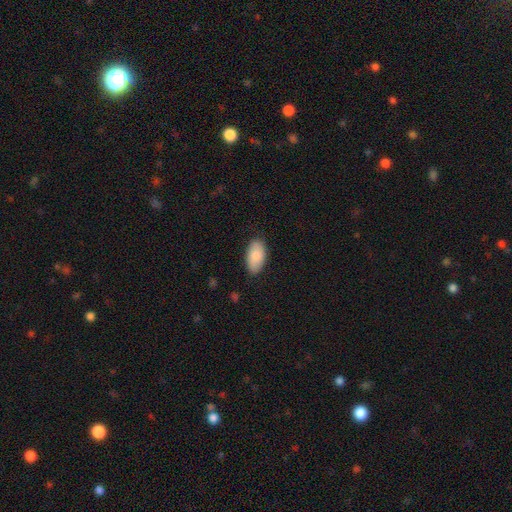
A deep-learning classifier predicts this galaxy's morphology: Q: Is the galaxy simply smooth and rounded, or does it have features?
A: smooth — 84%.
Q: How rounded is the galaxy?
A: in between — 95%.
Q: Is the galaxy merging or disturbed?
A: none — 84%.